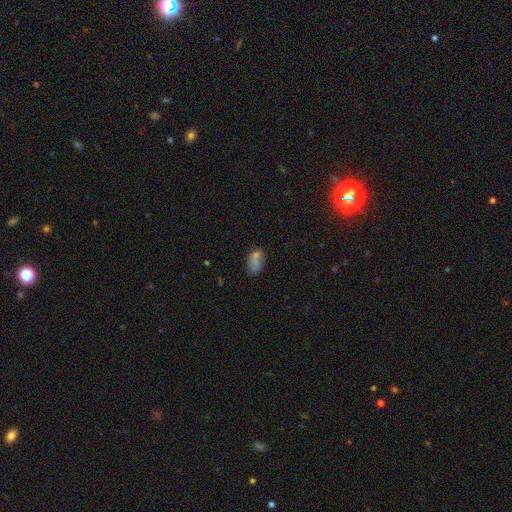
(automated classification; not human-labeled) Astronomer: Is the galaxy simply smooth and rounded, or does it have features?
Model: smooth — 65%.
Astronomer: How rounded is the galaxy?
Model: in between — 85%.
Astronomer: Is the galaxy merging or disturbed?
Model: none — 55%.